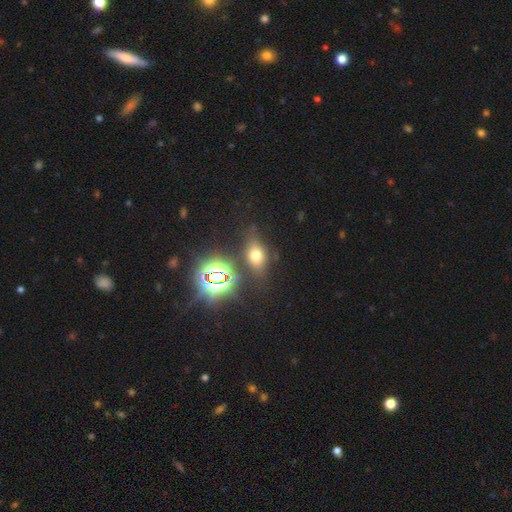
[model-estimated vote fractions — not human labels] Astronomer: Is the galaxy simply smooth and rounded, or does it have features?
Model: smooth — 55% (runner-up: star or artifact, 30%).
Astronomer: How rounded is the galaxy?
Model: in between — 71%.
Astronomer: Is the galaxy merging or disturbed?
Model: none — 76%.